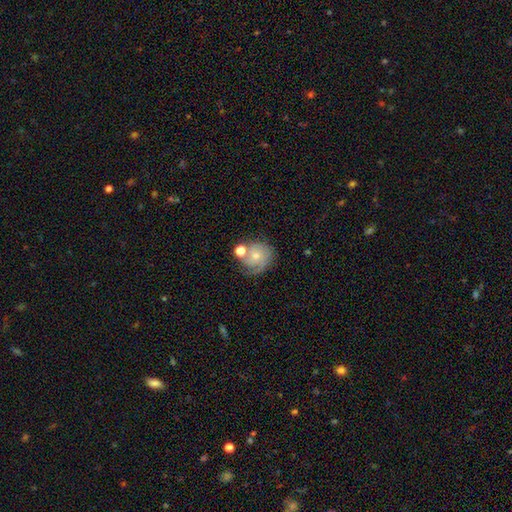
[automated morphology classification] Smooth or featured? Predicted: featured or disk (p=0.52). Edge-on disk? Predicted: no (p=0.97). Bar? Predicted: no (p=0.81). Spiral arms? Predicted: yes (p=0.78). Bulge size? Predicted: small (p=0.55). Merging? Predicted: none (p=0.46).